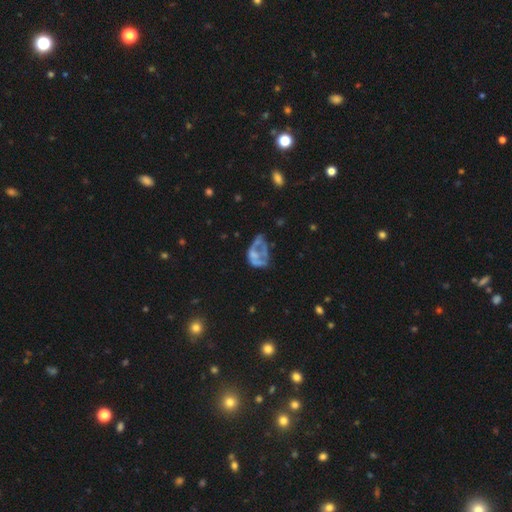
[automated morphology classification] Smooth or featured?
  - featured or disk: 55% *
  - smooth: 33%
  - star or artifact: 12%
Edge-on disk?
  - no: 97% *
  - yes: 3%
Bar?
  - no: 91% *
  - weak: 7%
  - strong: 2%
Spiral arms?
  - no: 89% *
  - yes: 11%
Bulge size?
  - none: 64% *
  - moderate: 17%
  - small: 14%
  - large: 4%
  - dominant: 1%
Merging?
  - major disturbance: 40% *
  - none: 28%
  - minor disturbance: 21%
  - merger: 11%